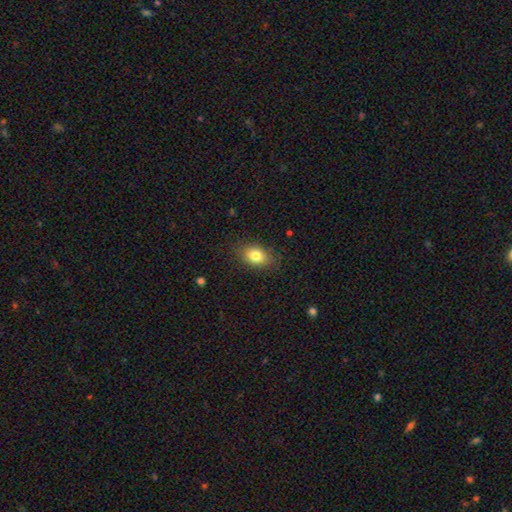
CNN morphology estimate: The model was most divided on "how rounded": in between: 80%, round: 18%, cigar-shaped: 2%. More confident: merging — none (84%); smooth or featured — smooth (80%).